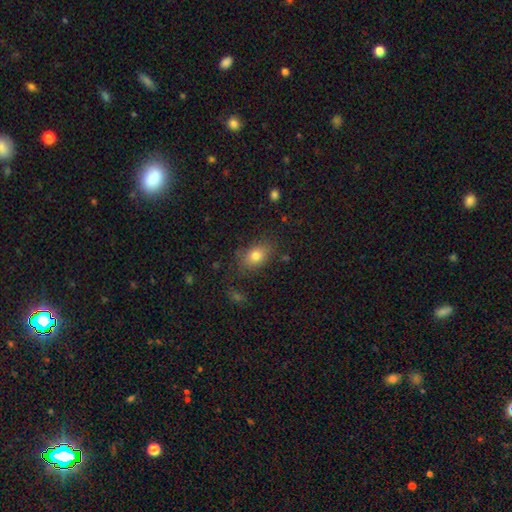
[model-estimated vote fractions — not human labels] Smooth or featured? smooth (79%)
How rounded? in between (75%)
Merging? none (75%)